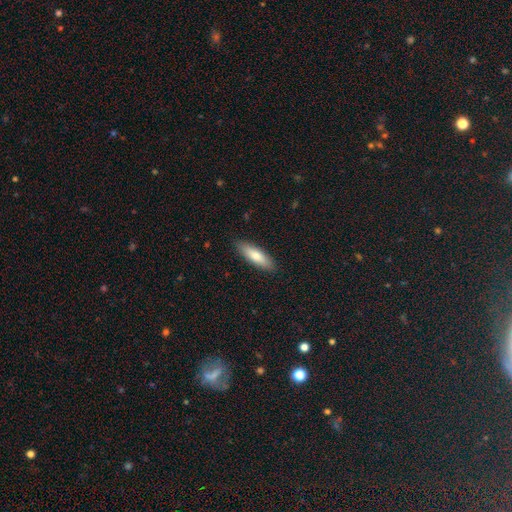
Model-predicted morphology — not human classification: Smooth or featured? smooth (76%)
How rounded? cigar-shaped (50%)
Merging? none (89%)